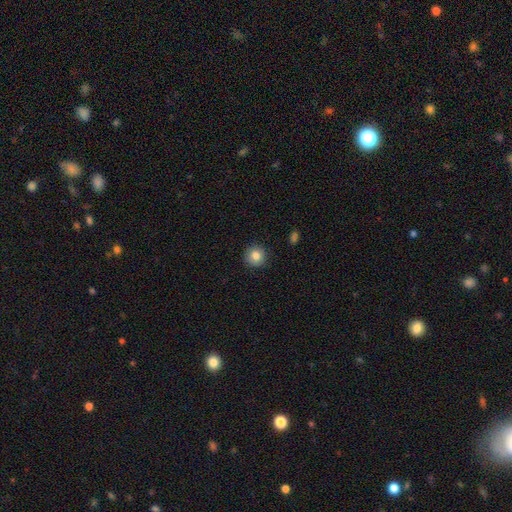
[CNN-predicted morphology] Overall: smooth (83%). How rounded: round (94%). Merging: none (91%).